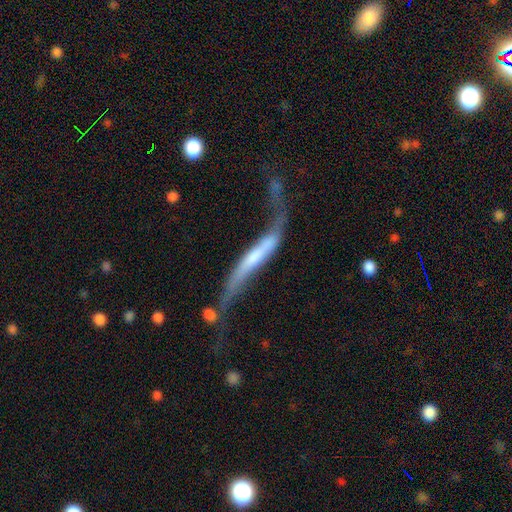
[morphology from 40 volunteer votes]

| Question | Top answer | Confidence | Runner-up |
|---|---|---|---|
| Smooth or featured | featured or disk | 92% | smooth (8%) |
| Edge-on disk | no | 54% | yes (46%) |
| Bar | strong | 50% | no (30%) |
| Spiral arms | yes | 75% | no (25%) |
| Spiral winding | loose | 100% | — |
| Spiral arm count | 2 | 100% | — |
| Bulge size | moderate | 35% | tied: none (35%) |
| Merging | none | 40% | major disturbance (25%) |